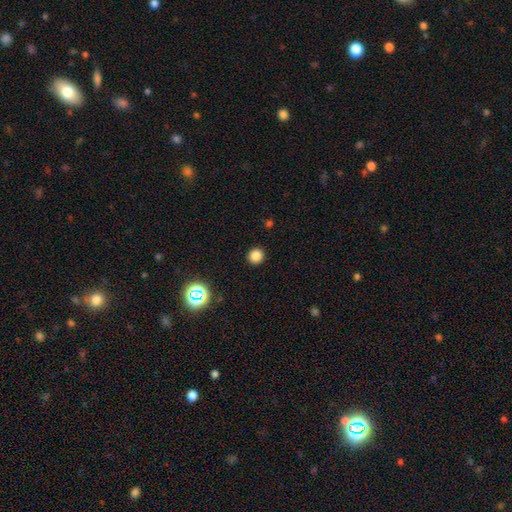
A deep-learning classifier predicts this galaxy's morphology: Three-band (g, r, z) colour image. It shows a smooth galaxy with no disk features (83%) that is round (92%). Merging: none (92%).